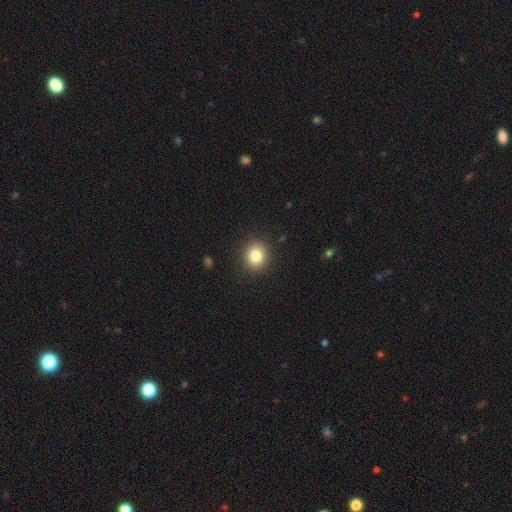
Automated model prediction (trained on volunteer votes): smooth_or_featured: smooth (p=0.83) [alt: star or artifact p=0.10]
how_rounded: round (p=0.76) [alt: in between p=0.23]
merging: none (p=0.90) [alt: minor disturbance p=0.07]